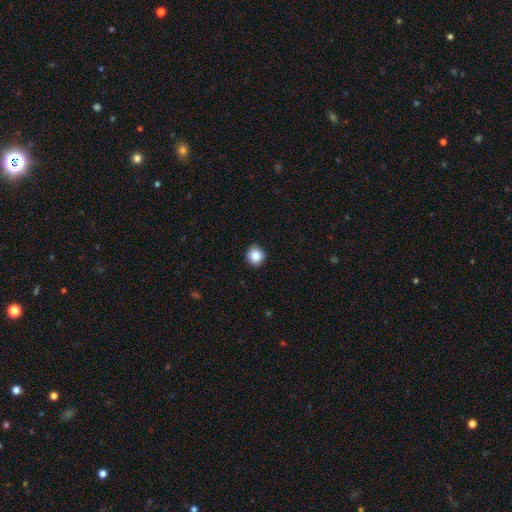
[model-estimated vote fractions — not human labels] This appears to be a smooth galaxy with no disk features (85%) that is round (89%). Merging: none (90%).